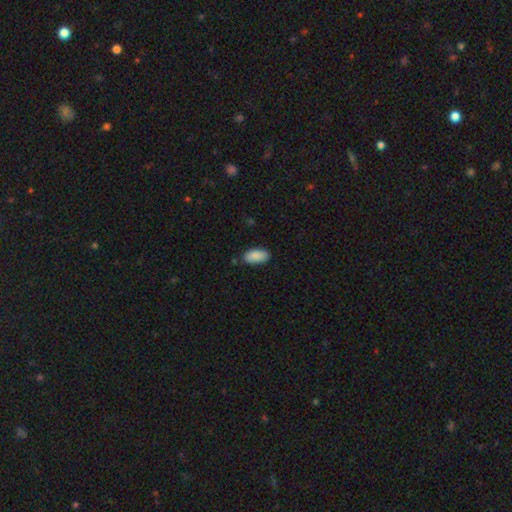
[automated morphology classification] smooth_or_featured: smooth (p=0.89) [alt: star or artifact p=0.06]
how_rounded: in between (p=0.93) [alt: cigar-shaped p=0.05]
merging: none (p=0.82) [alt: minor disturbance p=0.13]